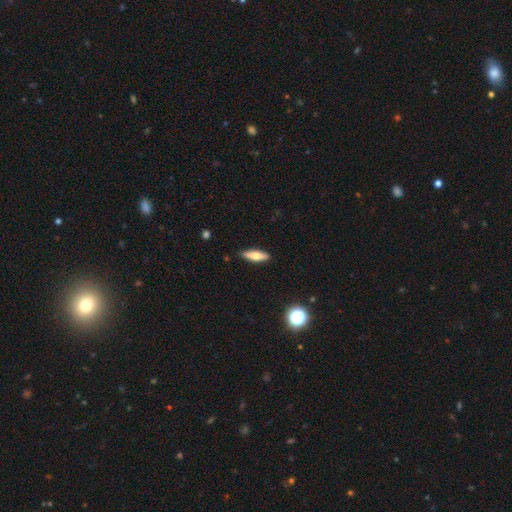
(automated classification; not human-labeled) A smooth galaxy with no disk features (66%) that is cigar-shaped (55%). Merging: none (87%).